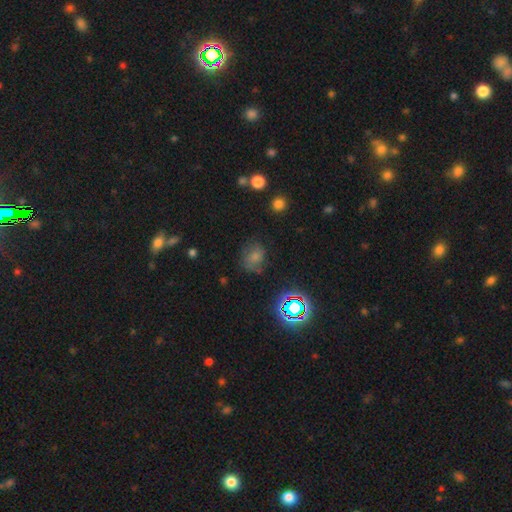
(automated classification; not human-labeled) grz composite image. It shows a smooth galaxy with no disk features (47%). Merging: none (63%).